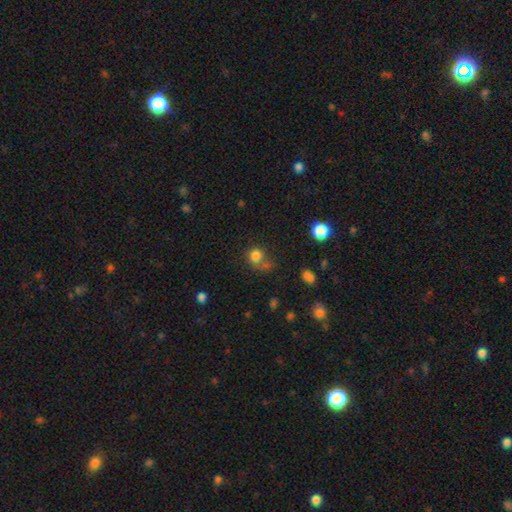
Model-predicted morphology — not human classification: type=smooth (80%); roundness=round (81%); merging=none (46%).